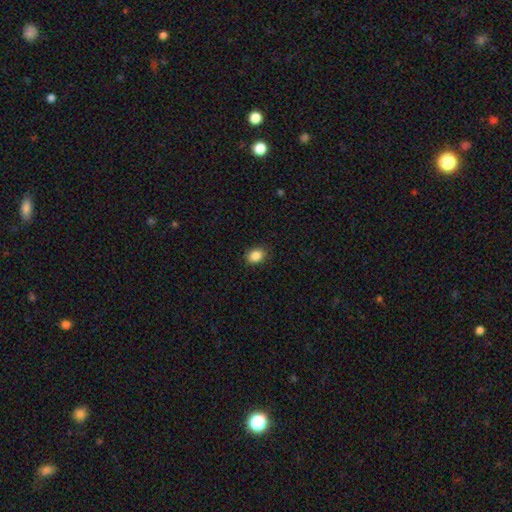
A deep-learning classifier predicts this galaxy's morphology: A smooth galaxy with no disk features (87%) that is in between round and cigar-shaped (65%). Merging: none (87%).